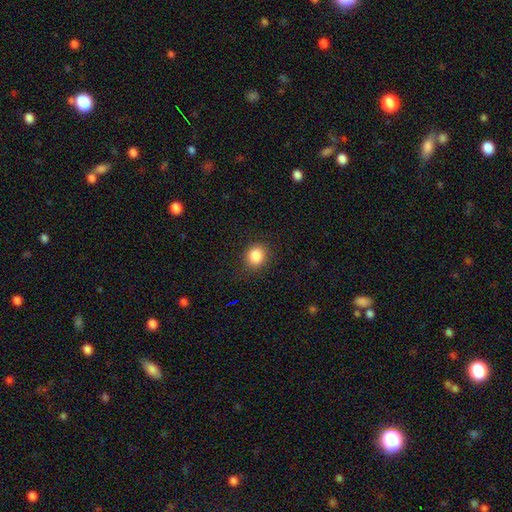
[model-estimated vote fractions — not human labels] smooth 85%, star or artifact 10%, featured or disk 4%. Down the decision tree: how rounded — round (76%); merging — none (88%).